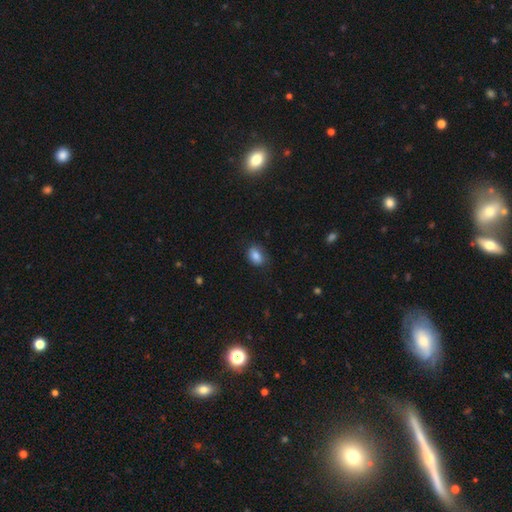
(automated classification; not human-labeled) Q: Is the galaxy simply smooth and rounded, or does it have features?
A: smooth — 85%.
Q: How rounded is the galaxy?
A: in between — 78%.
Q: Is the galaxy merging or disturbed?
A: none — 77%.